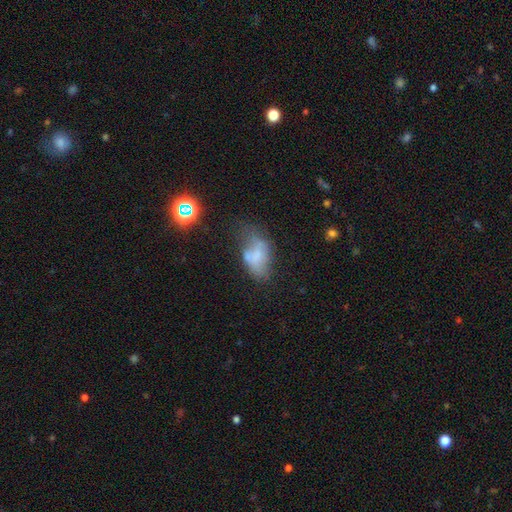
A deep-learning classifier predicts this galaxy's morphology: This appears to be a smooth galaxy with no disk features (52%) that is in between round and cigar-shaped (89%). Merging: major disturbance (31%).